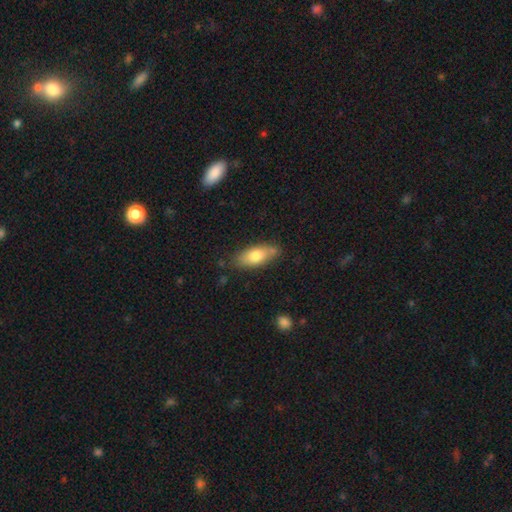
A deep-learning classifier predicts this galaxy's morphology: A smooth galaxy with no disk features (74%) that is in between round and cigar-shaped (78%).

Vote fractions:
- Smooth or featured? smooth: 74% / featured or disk: 20% / star or artifact: 6%
- How rounded? in between: 78% / cigar-shaped: 19% / round: 3%
- Merging? none: 75% / minor disturbance: 18% / major disturbance: 3% / merger: 3%